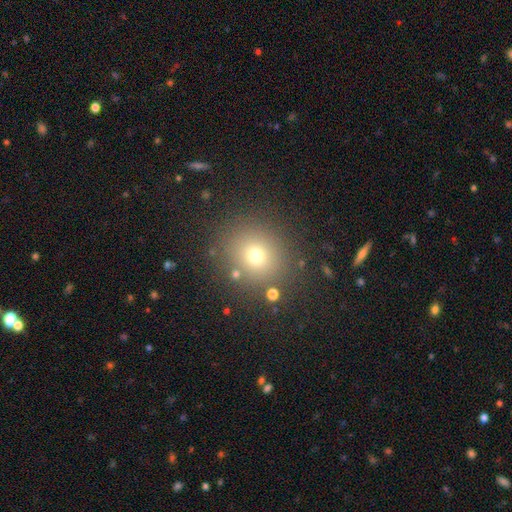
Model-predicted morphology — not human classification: Overall: smooth (70%). How rounded: round (85%). Merging: none (85%).